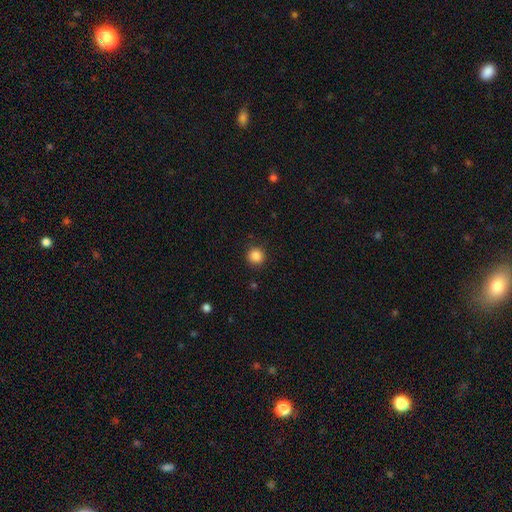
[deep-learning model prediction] Smooth or featured: smooth — 86% (star or artifact — 11%)
How rounded: round — 93% (in between — 6%)
Merging: none — 89% (minor disturbance — 7%)